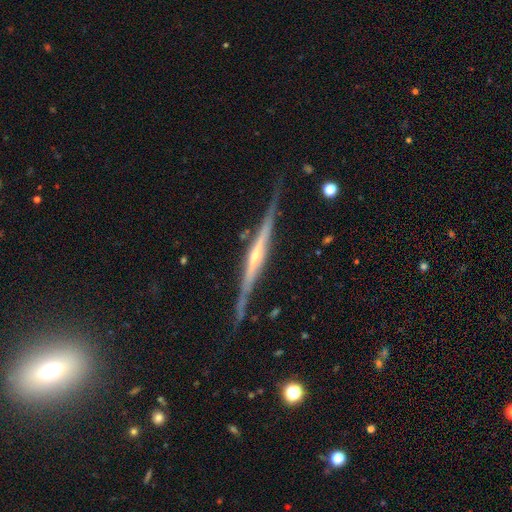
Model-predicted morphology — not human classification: Q: Smooth or featured?
A: featured or disk (84%); runner-up: smooth (11%)
Q: Edge-on disk?
A: yes (97%); runner-up: no (3%)
Q: Edge-on bulge?
A: rounded (64%); runner-up: none (26%)
Q: Merging?
A: none (79%); runner-up: minor disturbance (16%)